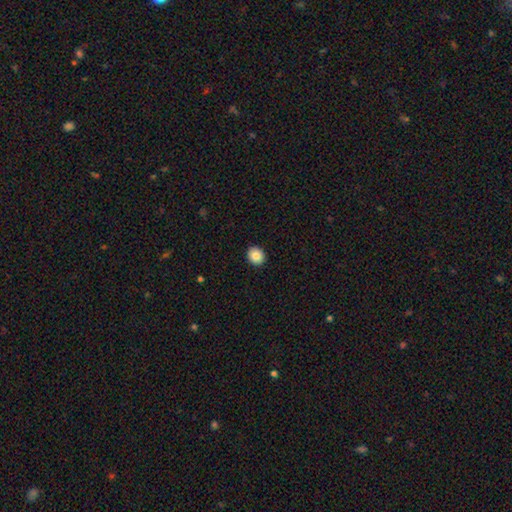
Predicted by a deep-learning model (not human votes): A smooth galaxy with no disk features (86%) that is round (77%). Merging: none (92%).